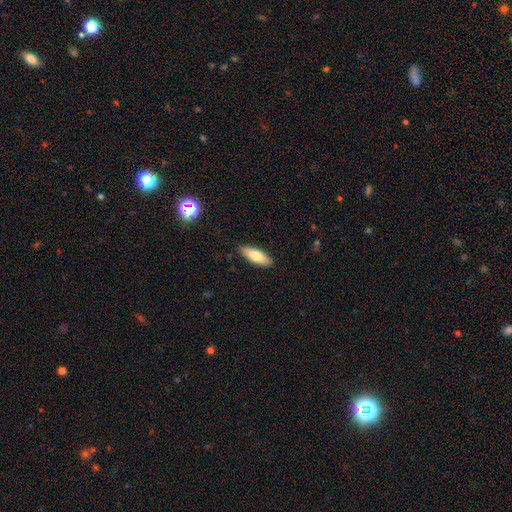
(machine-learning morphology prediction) smooth 76%, featured or disk 18%, star or artifact 6%. Down the decision tree: how rounded — in between (58%); merging — none (87%).